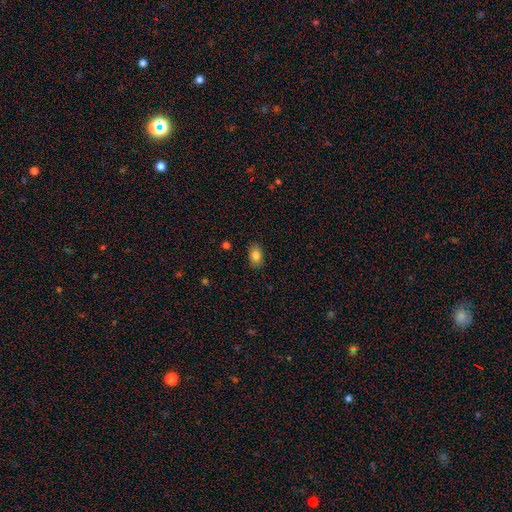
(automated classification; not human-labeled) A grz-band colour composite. It shows a smooth galaxy with no disk features (83%) that is in between round and cigar-shaped (84%). Merging: none (87%).